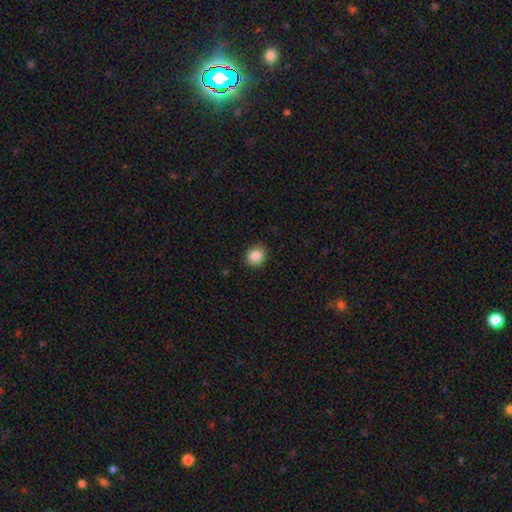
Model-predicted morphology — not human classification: A smooth galaxy with no disk features (86%) that is round (78%).

Vote fractions:
- Smooth or featured? smooth: 86% / star or artifact: 9% / featured or disk: 5%
- How rounded? round: 78% / in between: 21% / cigar-shaped: 1%
- Merging? none: 90% / minor disturbance: 7% / major disturbance: 2% / merger: 1%